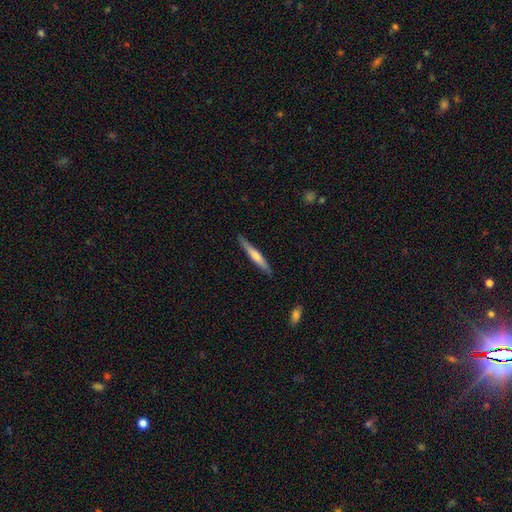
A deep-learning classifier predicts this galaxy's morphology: Q: Smooth or featured?
A: featured or disk (49%); runner-up: smooth (45%)
Q: Merging?
A: none (88%); runner-up: minor disturbance (9%)